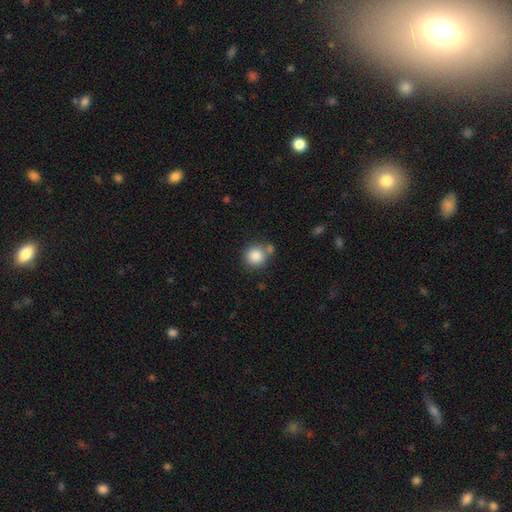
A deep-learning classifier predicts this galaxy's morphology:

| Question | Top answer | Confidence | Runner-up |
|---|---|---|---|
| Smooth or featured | smooth | 86% | star or artifact (9%) |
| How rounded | round | 91% | in between (8%) |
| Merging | none | 68% | merger (17%) |